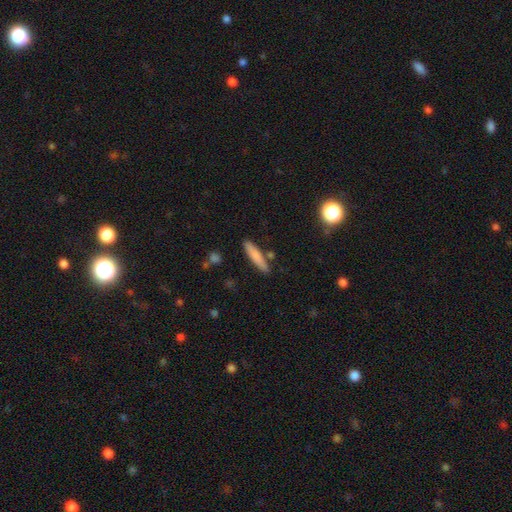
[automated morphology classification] smooth_or_featured: smooth (p=0.78) [alt: featured or disk p=0.16]
how_rounded: cigar-shaped (p=0.87) [alt: in between p=0.11]
merging: none (p=0.83) [alt: minor disturbance p=0.10]